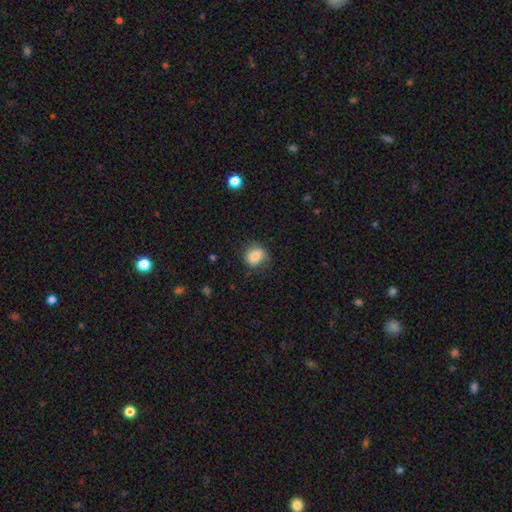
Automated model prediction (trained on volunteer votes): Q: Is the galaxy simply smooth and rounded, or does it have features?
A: smooth — 81%.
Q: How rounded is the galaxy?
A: round — 63%.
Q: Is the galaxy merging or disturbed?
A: none — 67%.